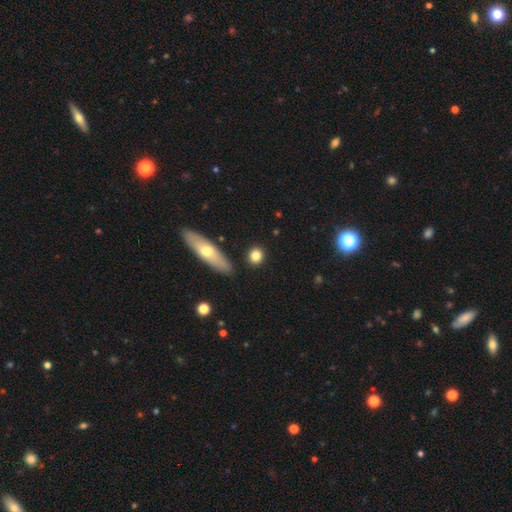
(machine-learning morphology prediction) Smooth or featured? smooth (81%)
How rounded? round (76%)
Merging? none (88%)